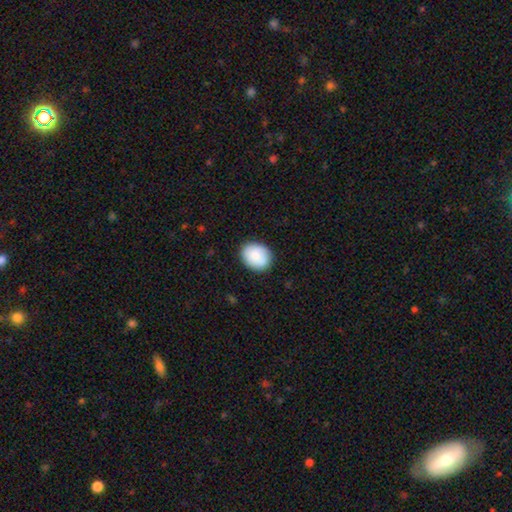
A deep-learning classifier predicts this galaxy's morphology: The model was most divided on "how rounded": round: 50%, in between: 49%, cigar-shaped: 1%. More confident: merging — none (85%); smooth or featured — smooth (84%).